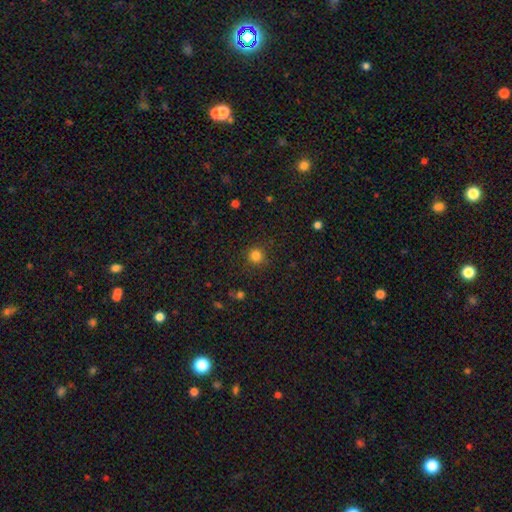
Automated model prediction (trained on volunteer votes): Smooth or featured: smooth — 82% (star or artifact — 13%)
How rounded: round — 94% (in between — 5%)
Merging: none — 89% (minor disturbance — 7%)